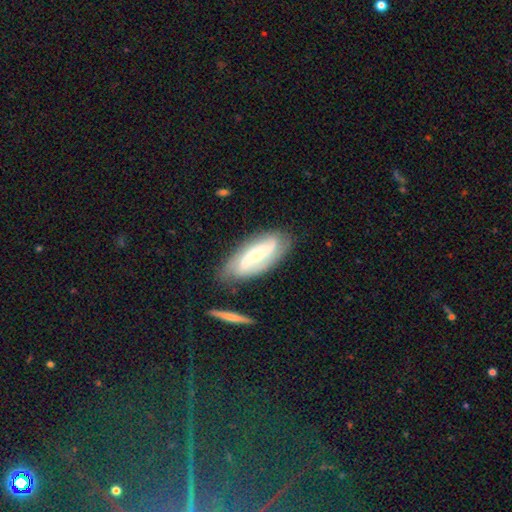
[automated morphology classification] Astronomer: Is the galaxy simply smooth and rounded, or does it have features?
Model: featured or disk — 70%.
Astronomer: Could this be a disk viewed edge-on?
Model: no — 89%.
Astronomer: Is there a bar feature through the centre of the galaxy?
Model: weak — 39% (runner-up: no, 31%).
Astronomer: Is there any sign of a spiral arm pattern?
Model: yes — 92%.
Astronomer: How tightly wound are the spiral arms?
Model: medium — 40% (runner-up: loose, 34%).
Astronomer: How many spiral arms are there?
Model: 2 — 75%.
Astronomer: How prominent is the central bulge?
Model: small — 62%.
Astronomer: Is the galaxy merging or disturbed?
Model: none — 73%.